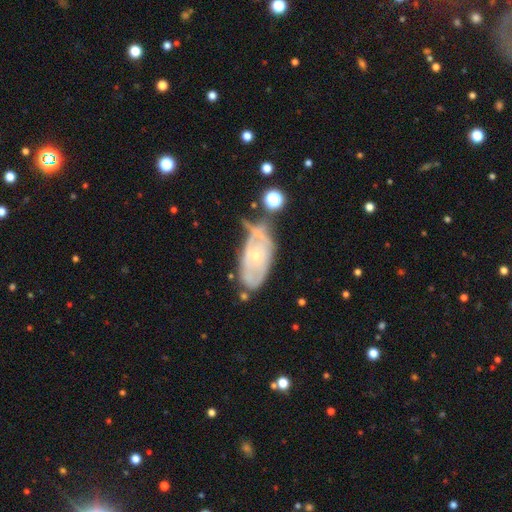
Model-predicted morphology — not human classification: smooth-or-featured: featured or disk: 65% | smooth: 27% | star or artifact: 8%
  disk-edge-on: no: 91% | yes: 9%
    bar: no: 80% | weak: 17% | strong: 4%
    has-spiral-arms: yes: 60% | no: 40%
    bulge-size: small: 74% | moderate: 20% | none: 4% | large: 1% | dominant: 1%
  merging: none: 36% | minor disturbance: 31% | merger: 17% | major disturbance: 17%